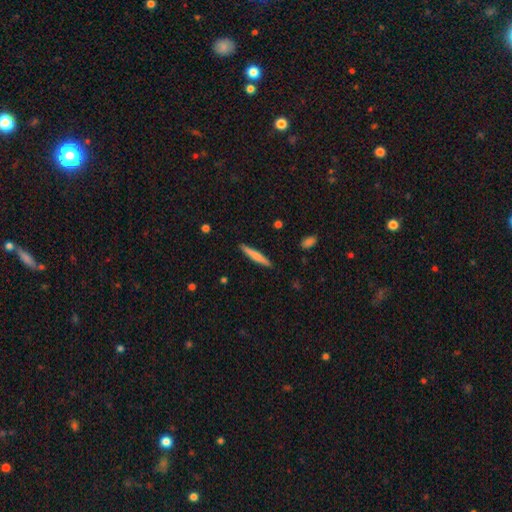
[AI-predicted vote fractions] This appears to be a smooth galaxy with no disk features (66%) that is cigar-shaped (94%). Merging: none (90%).